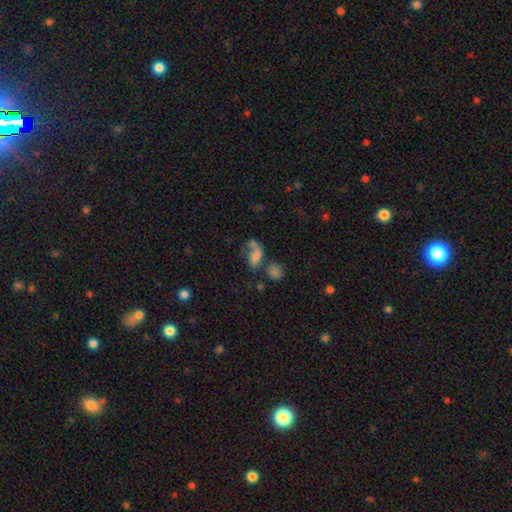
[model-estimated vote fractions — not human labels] A smooth galaxy with no disk features (47%). Merging: major disturbance (31%).